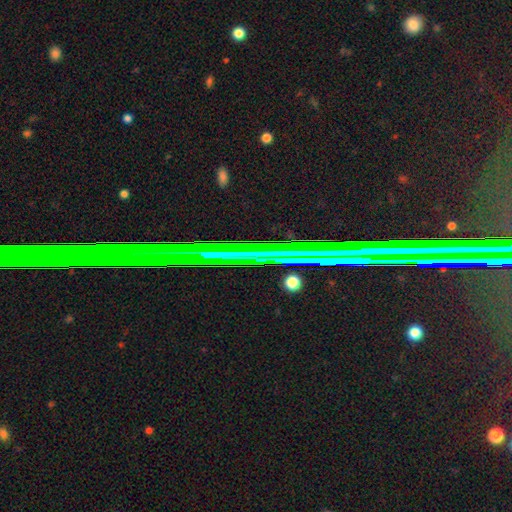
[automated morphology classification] Q: Smooth or featured?
A: star or artifact (81%); runner-up: featured or disk (11%)